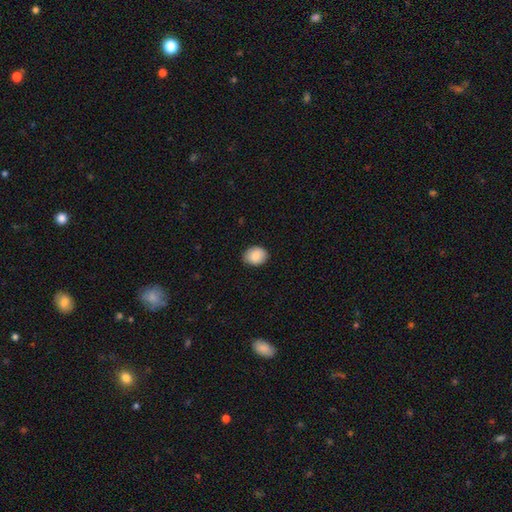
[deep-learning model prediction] This appears to be a smooth galaxy with no disk features (87%) that is round (52%). Merging: none (84%).